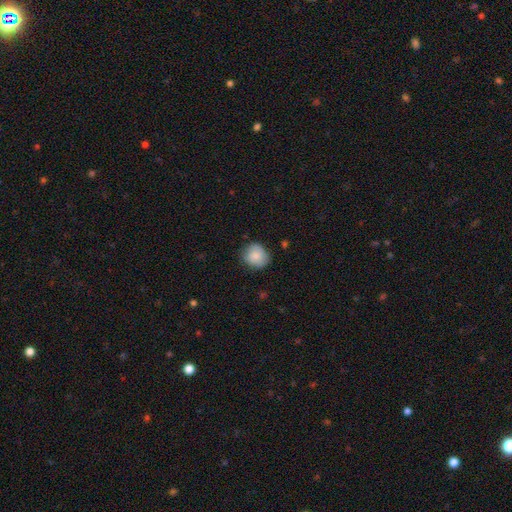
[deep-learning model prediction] Smooth or featured? smooth (84%)
How rounded? round (83%)
Merging? none (76%)